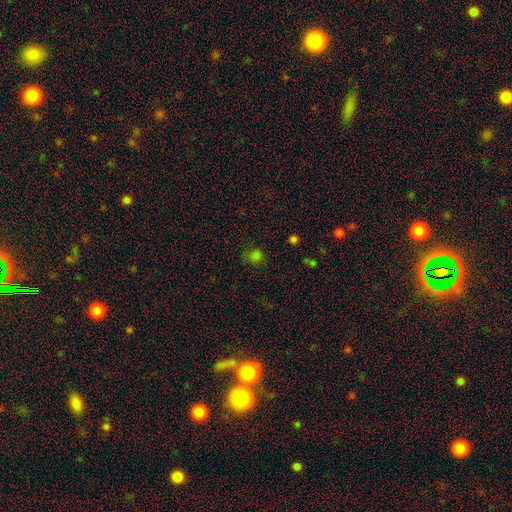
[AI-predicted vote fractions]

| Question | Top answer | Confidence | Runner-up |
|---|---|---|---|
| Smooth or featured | smooth | 69% | star or artifact (27%) |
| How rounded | round | 82% | in between (17%) |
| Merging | none | 77% | minor disturbance (15%) |